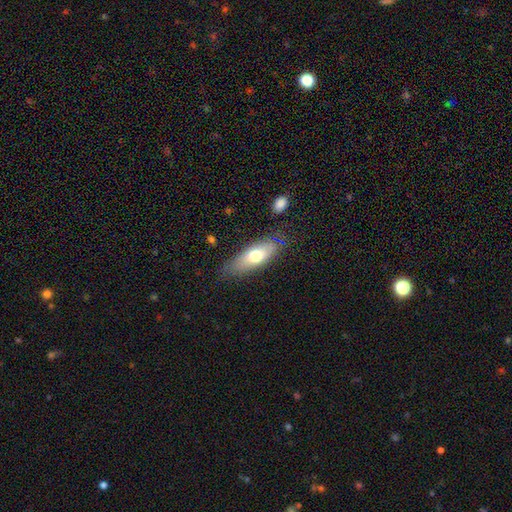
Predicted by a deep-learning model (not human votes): smooth 68%, featured or disk 26%, star or artifact 7%. Down the decision tree: how rounded — in between (66%); merging — none (74%).